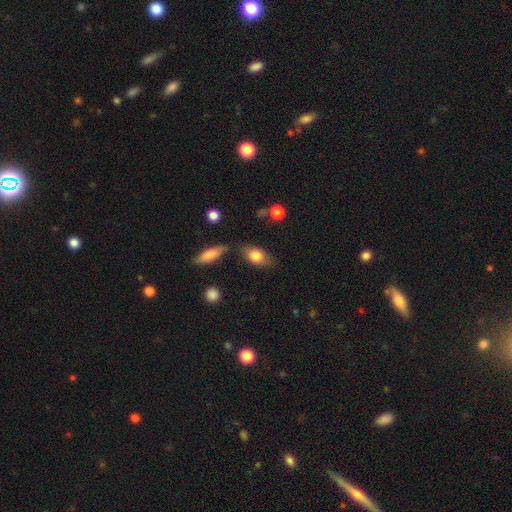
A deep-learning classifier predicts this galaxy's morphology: This appears to be a smooth galaxy with no disk features (80%) that is in between round and cigar-shaped (84%). Merging: none (70%).